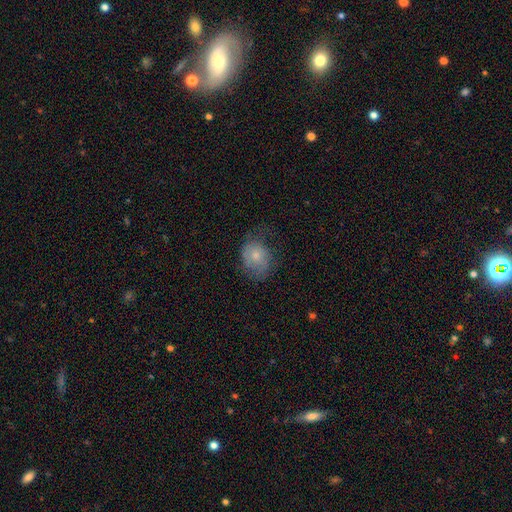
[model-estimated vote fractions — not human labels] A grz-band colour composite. It shows a smooth galaxy with no disk features (63%) that is round (52%). Merging: none (47%).